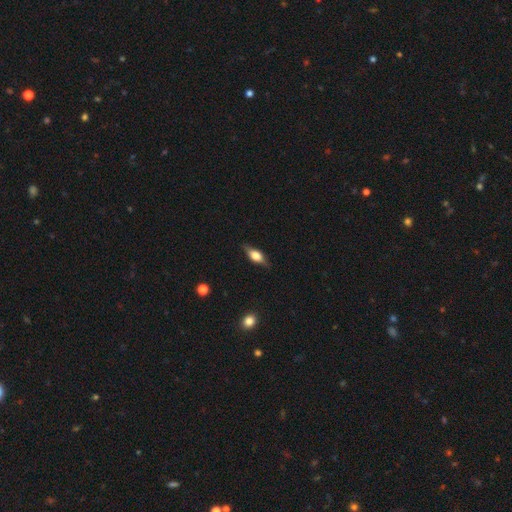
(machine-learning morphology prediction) featured or disk 47%, smooth 45%, star or artifact 7%. Down the decision tree: merging — none (83%).